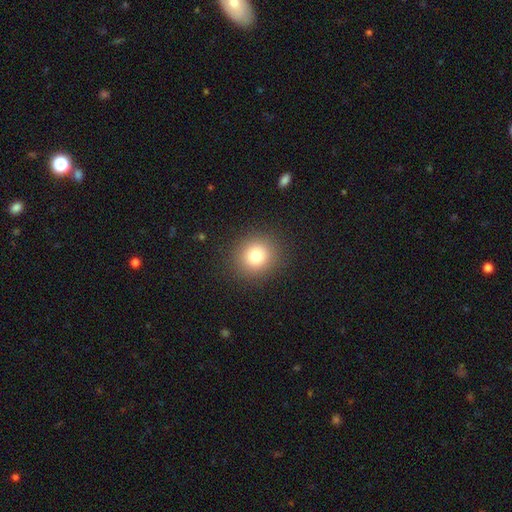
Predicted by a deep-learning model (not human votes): Smooth or featured? Predicted: smooth (p=0.78). How rounded? Predicted: round (p=0.89). Merging? Predicted: none (p=0.90).